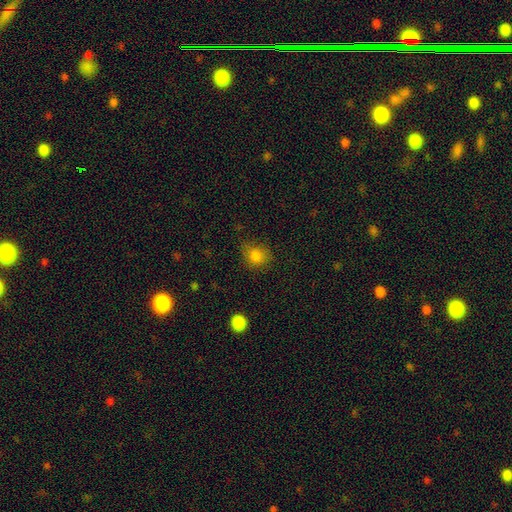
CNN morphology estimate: The model was most divided on "how rounded": round: 67%, in between: 32%, cigar-shaped: 1%. More confident: smooth or featured — smooth (81%); merging — none (68%).